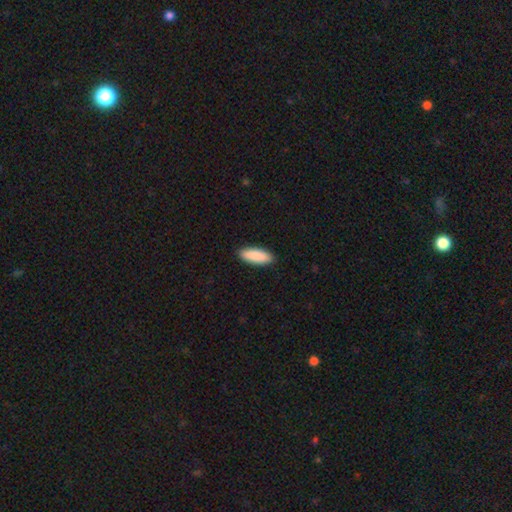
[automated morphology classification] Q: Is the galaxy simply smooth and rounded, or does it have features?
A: smooth — 91%.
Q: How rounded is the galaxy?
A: in between — 67%.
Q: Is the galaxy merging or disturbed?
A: none — 91%.